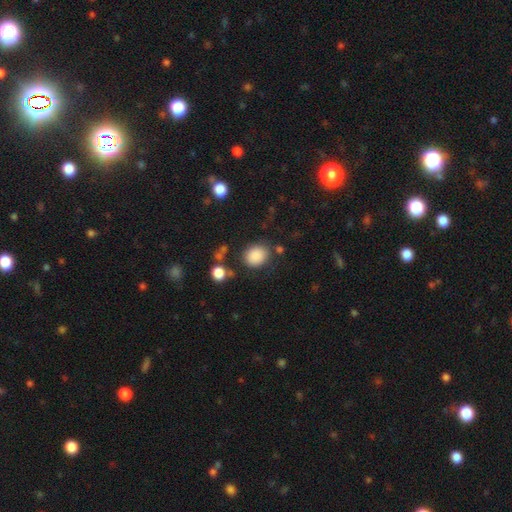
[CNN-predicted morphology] A smooth galaxy with no disk features (87%) that is round (60%).

Vote fractions:
- Smooth or featured? smooth: 87% / star or artifact: 9% / featured or disk: 4%
- How rounded? round: 60% / in between: 39% / cigar-shaped: 1%
- Merging? none: 76% / minor disturbance: 14% / major disturbance: 6% / merger: 5%